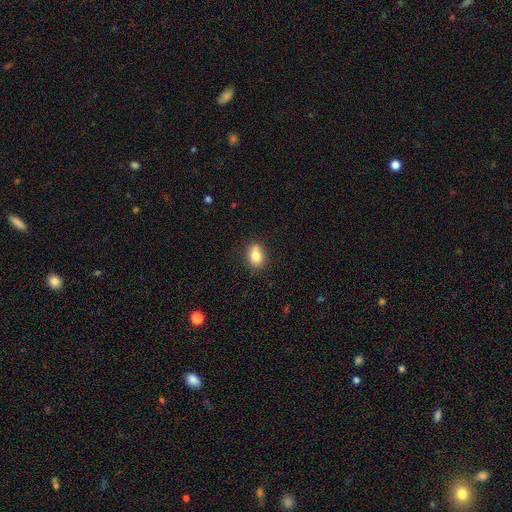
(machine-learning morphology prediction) Smooth or featured?
  - smooth: 81% *
  - featured or disk: 10%
  - star or artifact: 9%
How rounded?
  - in between: 70% *
  - round: 28%
  - cigar-shaped: 2%
Merging?
  - none: 74% *
  - minor disturbance: 18%
  - merger: 5%
  - major disturbance: 3%